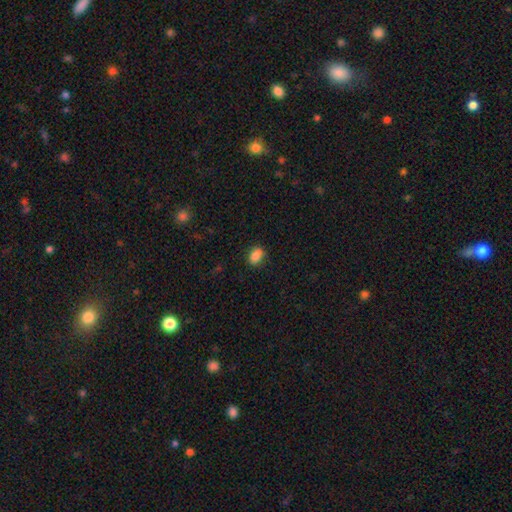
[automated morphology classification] smooth-or-featured: smooth: 86% | star or artifact: 9% | featured or disk: 5%
  how-rounded: in between: 78% | round: 20% | cigar-shaped: 2%
  merging: none: 79% | minor disturbance: 16% | major disturbance: 3% | merger: 2%